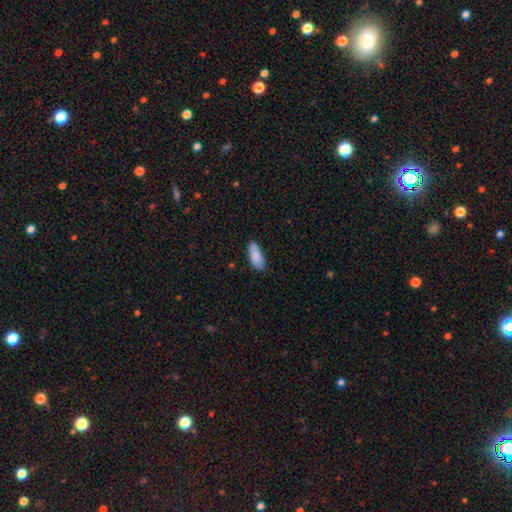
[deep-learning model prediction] Morphology: type=smooth (87%); roundness=in between (78%); merging=none (79%).